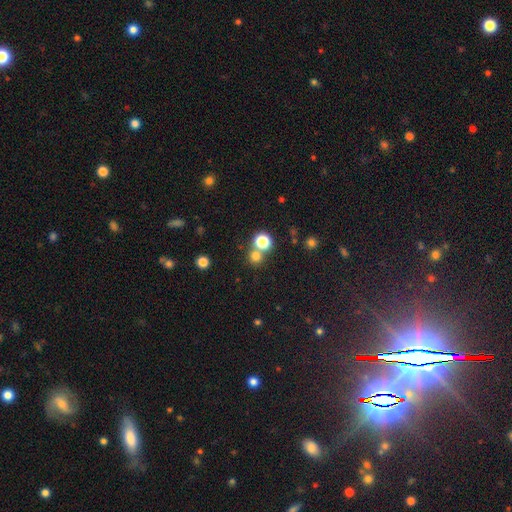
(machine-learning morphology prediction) type=smooth (72%); roundness=round (89%); merging=none (62%).